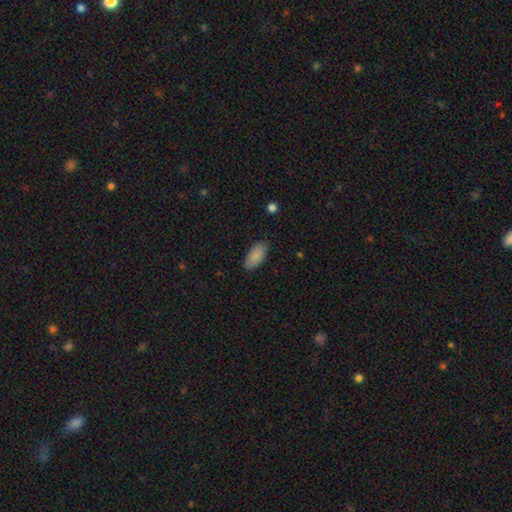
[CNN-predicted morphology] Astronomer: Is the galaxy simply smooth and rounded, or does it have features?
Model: smooth — 87%.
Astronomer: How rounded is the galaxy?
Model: in between — 90%.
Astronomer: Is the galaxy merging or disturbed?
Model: none — 78%.